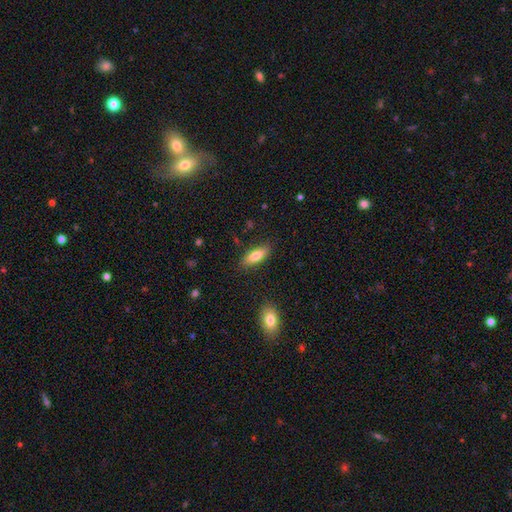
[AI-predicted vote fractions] smooth_or_featured: smooth (p=0.76) [alt: featured or disk p=0.17]
how_rounded: in between (p=0.62) [alt: cigar-shaped p=0.36]
merging: none (p=0.86) [alt: minor disturbance p=0.10]